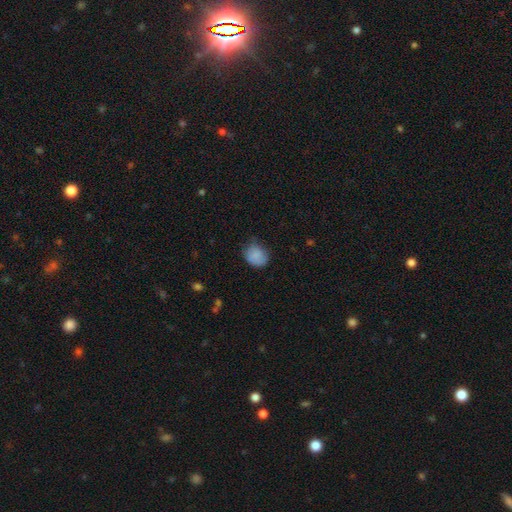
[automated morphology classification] smooth 83%, featured or disk 9%, star or artifact 8%. Down the decision tree: how rounded — round (63%); merging — none (60%).